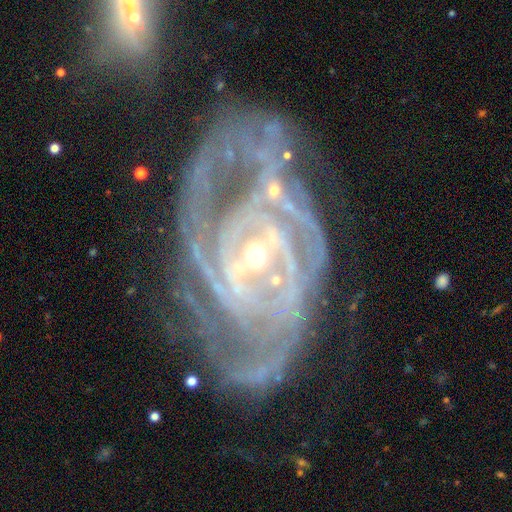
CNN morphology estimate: Smooth or featured? Predicted: featured or disk (p=0.91). Edge-on disk? Predicted: no (p=0.97). Bar? Predicted: no (p=0.39). Spiral arms? Predicted: yes (p=0.97). Spiral winding? Predicted: tight (p=0.65). Spiral arm count? Predicted: 2 (p=0.29). Bulge size? Predicted: small (p=0.64). Merging? Predicted: none (p=0.53).